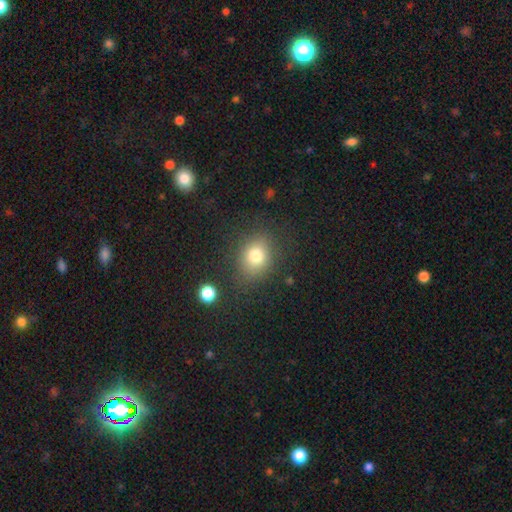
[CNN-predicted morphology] This appears to be a smooth galaxy with no disk features (77%) that is round (54%). Merging: none (80%).